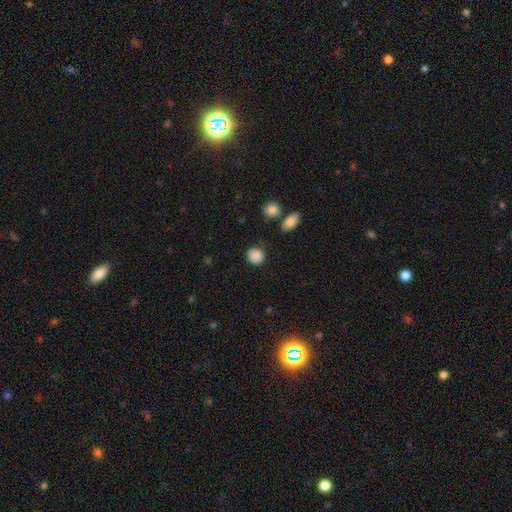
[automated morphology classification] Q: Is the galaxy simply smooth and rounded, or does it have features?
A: smooth — 87%.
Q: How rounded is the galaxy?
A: round — 84%.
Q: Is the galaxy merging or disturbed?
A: none — 83%.